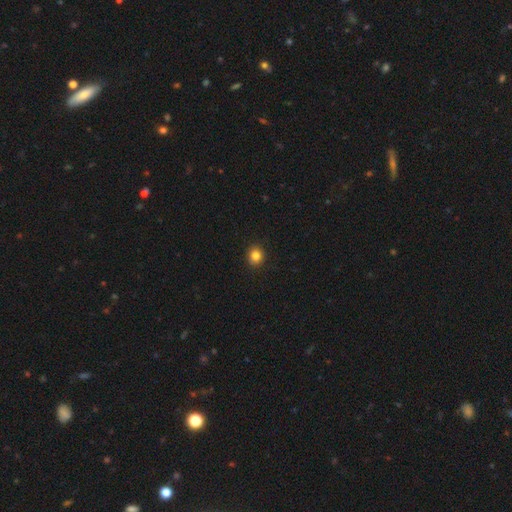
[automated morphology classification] A smooth galaxy with no disk features (84%) that is round (85%).

Vote fractions:
- Smooth or featured? smooth: 84% / star or artifact: 12% / featured or disk: 5%
- How rounded? round: 85% / in between: 14% / cigar-shaped: 1%
- Merging? none: 92% / minor disturbance: 5% / major disturbance: 2% / merger: 1%